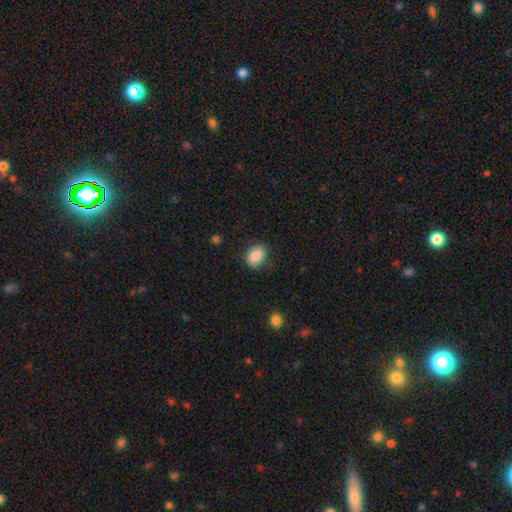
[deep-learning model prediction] A smooth galaxy with no disk features (85%) that is in between round and cigar-shaped (65%).

Vote fractions:
- Smooth or featured? smooth: 85% / star or artifact: 8% / featured or disk: 7%
- How rounded? in between: 65% / round: 34% / cigar-shaped: 1%
- Merging? none: 82% / minor disturbance: 14% / major disturbance: 3% / merger: 1%